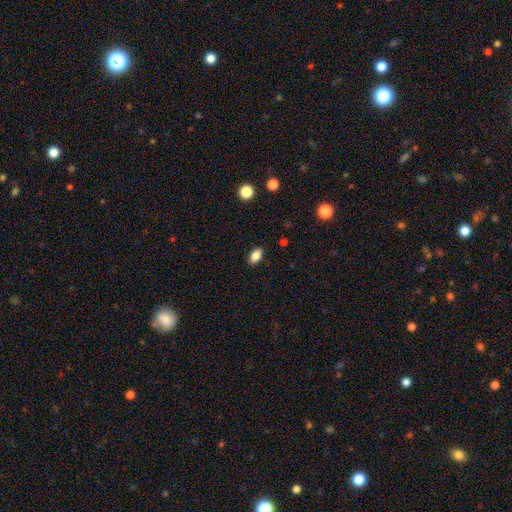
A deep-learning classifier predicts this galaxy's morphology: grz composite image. It shows a smooth galaxy with no disk features (85%) that is in between round and cigar-shaped (90%). Merging: none (88%).